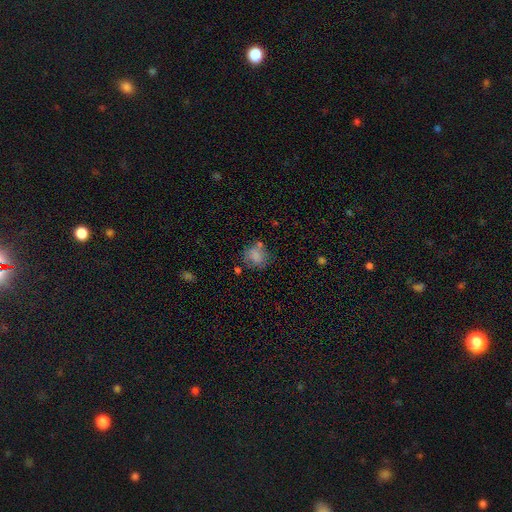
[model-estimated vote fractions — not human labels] The model was most divided on "merging": none: 57%, minor disturbance: 21%, merger: 12%, major disturbance: 10%. More confident: smooth or featured — smooth (76%); how rounded — round (73%).